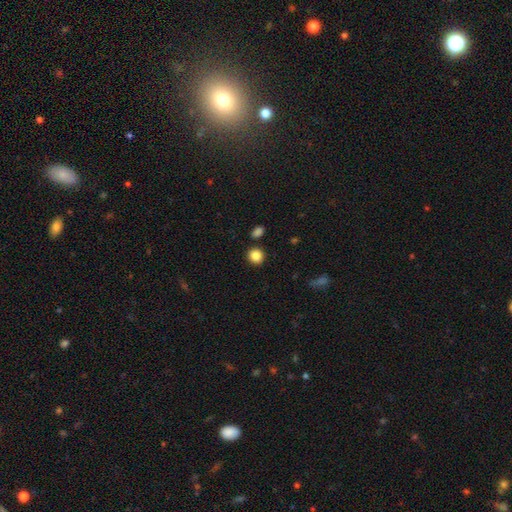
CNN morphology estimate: Smooth or featured? smooth (87%)
How rounded? round (82%)
Merging? none (85%)